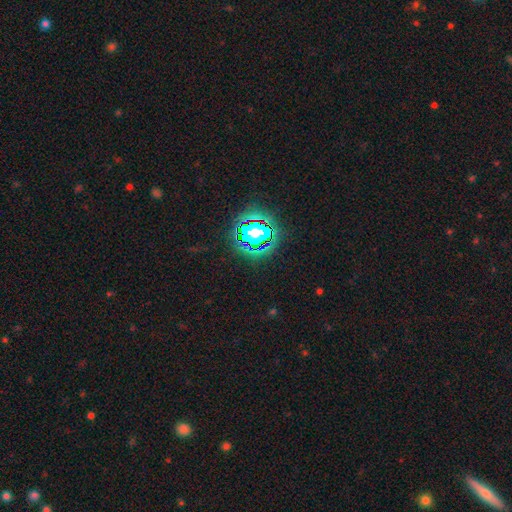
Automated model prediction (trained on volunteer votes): smooth-or-featured: star or artifact: 75% | smooth: 15% | featured or disk: 10%